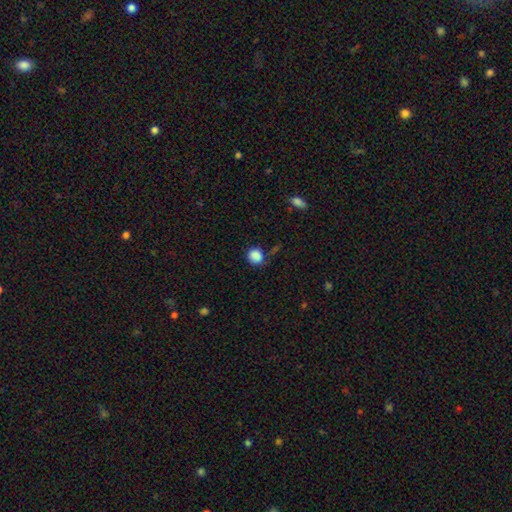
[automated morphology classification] Overall: smooth (87%). How rounded: round (77%). Merging: none (67%).